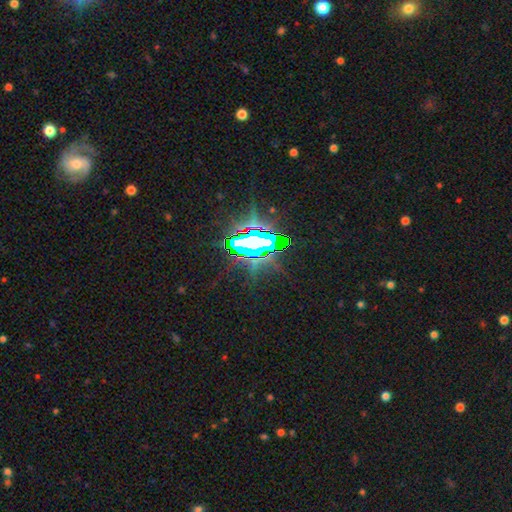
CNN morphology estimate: Overall: star or artifact (84%).